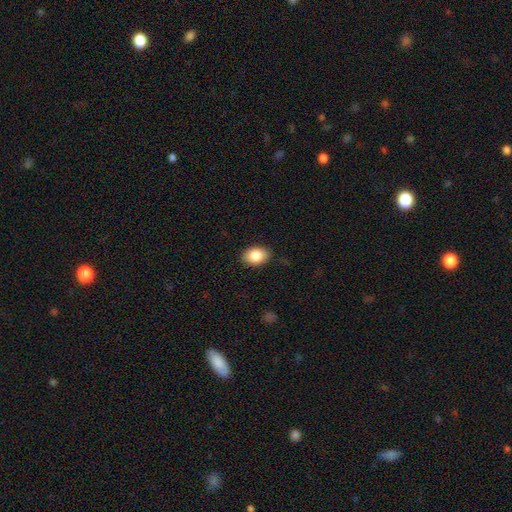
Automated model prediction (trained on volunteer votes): Smooth or featured? smooth (86%)
How rounded? in between (79%)
Merging? none (87%)